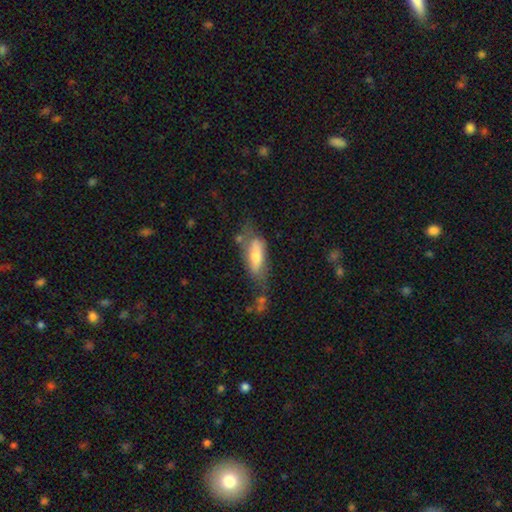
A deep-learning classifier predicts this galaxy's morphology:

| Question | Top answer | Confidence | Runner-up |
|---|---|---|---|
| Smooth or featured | smooth | 58% | featured or disk (35%) |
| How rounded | in between | 68% | cigar-shaped (29%) |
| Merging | none | 40% | minor disturbance (29%) |